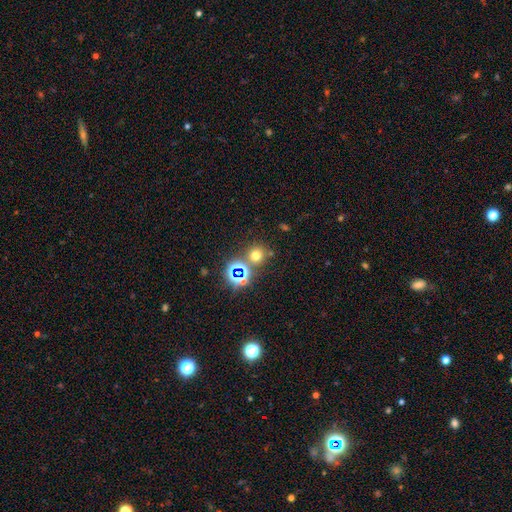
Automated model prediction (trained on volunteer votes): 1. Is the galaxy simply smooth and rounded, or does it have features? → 60% smooth, 32% star or artifact, 9% featured or disk.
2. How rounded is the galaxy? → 88% round, 11% in between, 1% cigar-shaped.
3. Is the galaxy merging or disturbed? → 74% none, 14% merger, 8% minor disturbance, 4% major disturbance.